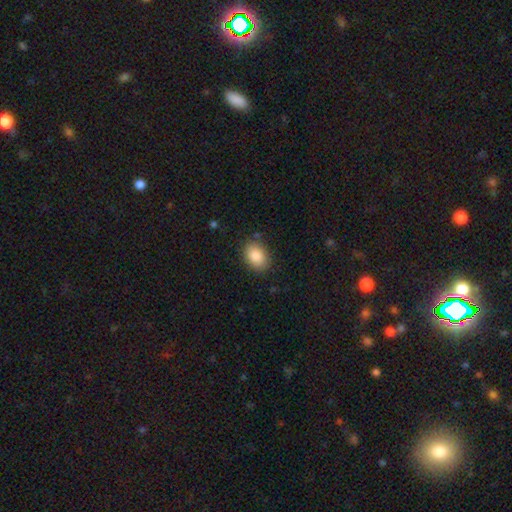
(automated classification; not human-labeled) This is clearly a smooth galaxy (87%). How rounded: likely in between (77%). Merging: clearly none (83%).